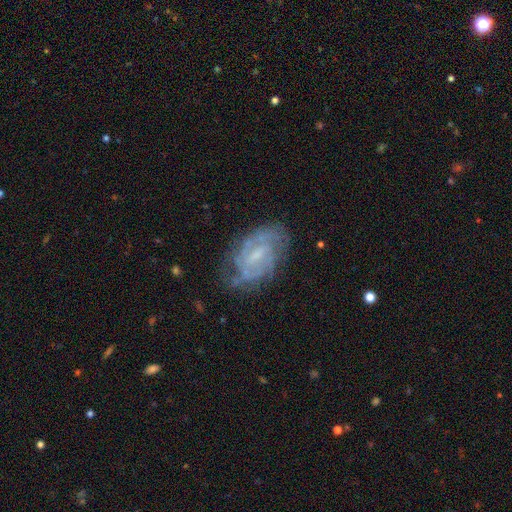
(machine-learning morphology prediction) Q: Smooth or featured?
A: featured or disk (77%); runner-up: smooth (15%)
Q: Edge-on disk?
A: no (96%); runner-up: yes (4%)
Q: Bar?
A: weak (56%); runner-up: no (28%)
Q: Spiral arms?
A: yes (89%); runner-up: no (11%)
Q: Spiral winding?
A: tight (51%); runner-up: medium (38%)
Q: Spiral arm count?
A: 2 (43%); runner-up: can't tell (33%)
Q: Bulge size?
A: small (52%); runner-up: moderate (25%)
Q: Merging?
A: none (70%); runner-up: minor disturbance (20%)